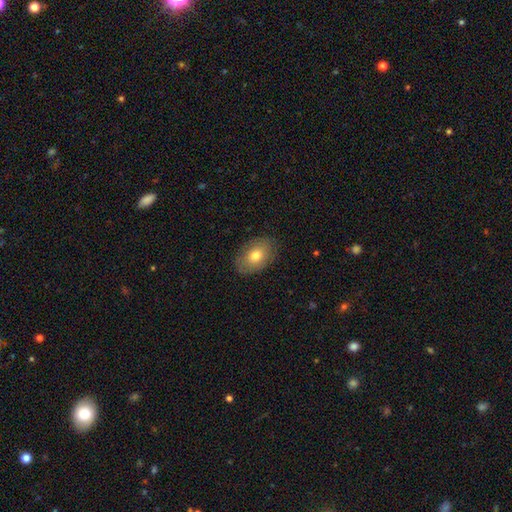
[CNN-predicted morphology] Overall: smooth (74%). How rounded: in between (85%). Merging: none (84%).